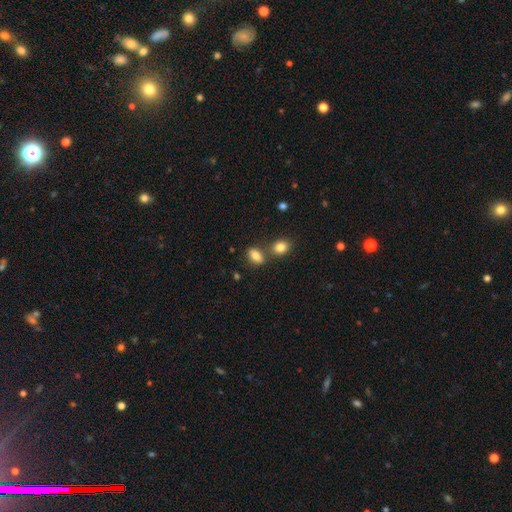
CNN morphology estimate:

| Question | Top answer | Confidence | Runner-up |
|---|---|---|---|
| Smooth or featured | smooth | 83% | star or artifact (9%) |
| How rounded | in between | 84% | round (11%) |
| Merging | none | 59% | merger (25%) |